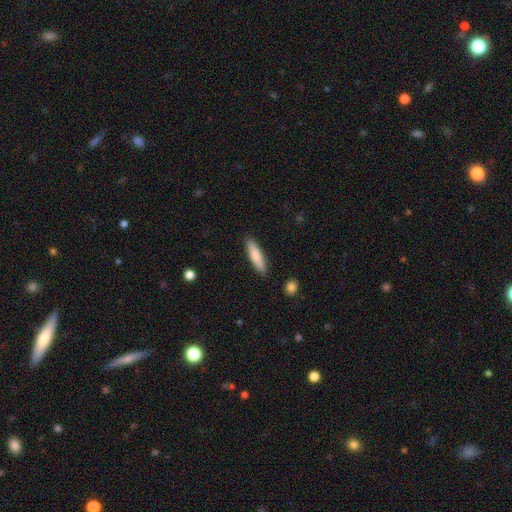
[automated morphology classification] A smooth galaxy with no disk features (81%) that is cigar-shaped (75%). Merging: none (89%).